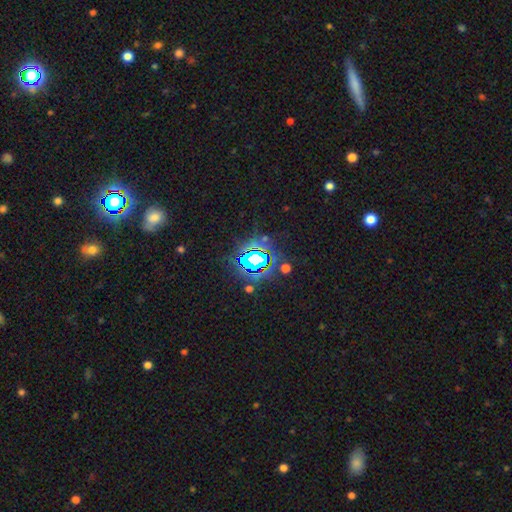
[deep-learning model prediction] Q: Smooth or featured?
A: star or artifact (73%); runner-up: smooth (15%)